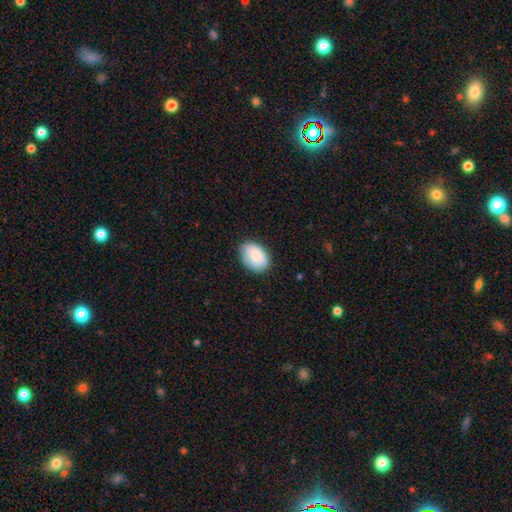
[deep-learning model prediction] Smooth or featured: smooth — 80% (featured or disk — 14%)
How rounded: in between — 80% (round — 19%)
Merging: none — 71% (minor disturbance — 23%)